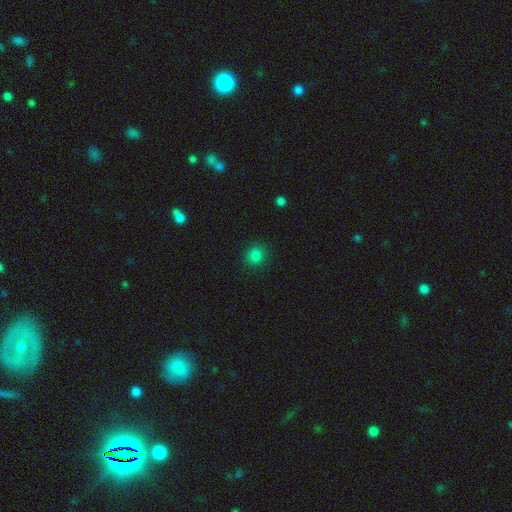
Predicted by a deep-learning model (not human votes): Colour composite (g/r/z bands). It shows a smooth galaxy with no disk features (83%) that is round (90%). Merging: none (90%).